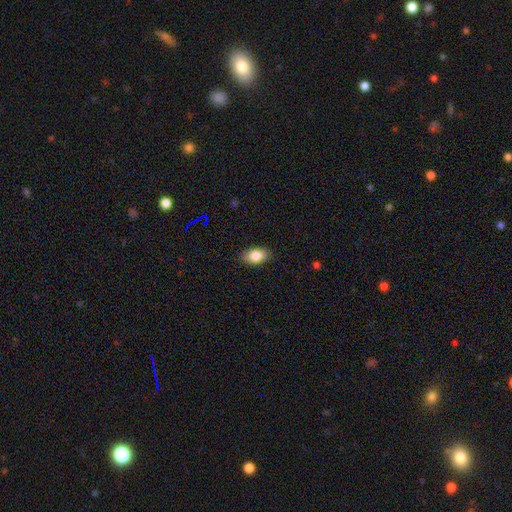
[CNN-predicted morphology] Smooth or featured? smooth (83%)
How rounded? in between (90%)
Merging? none (87%)